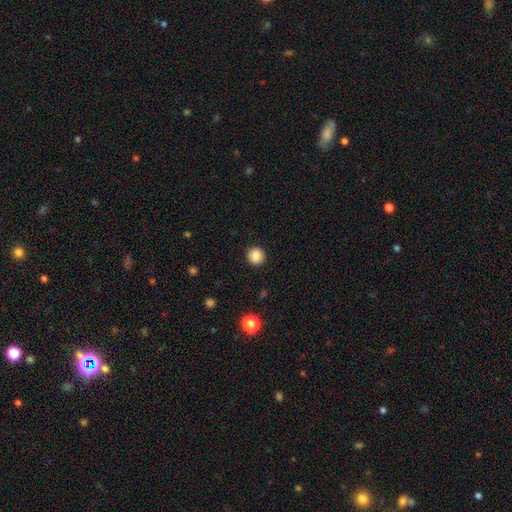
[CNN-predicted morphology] Q: Smooth or featured?
A: smooth (87%); runner-up: star or artifact (10%)
Q: How rounded?
A: round (93%); runner-up: in between (6%)
Q: Merging?
A: none (92%); runner-up: minor disturbance (5%)